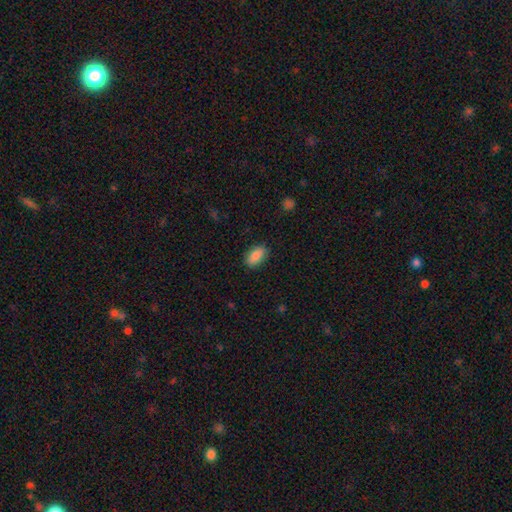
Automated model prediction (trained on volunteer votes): This appears to be a smooth galaxy with no disk features (87%) that is in between round and cigar-shaped (92%). Merging: none (86%).